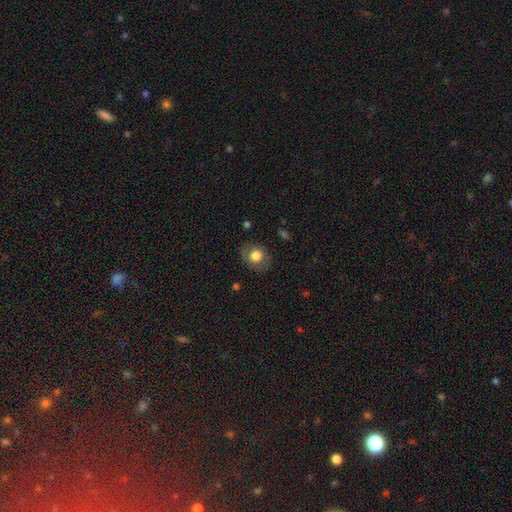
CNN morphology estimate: smooth-or-featured: smooth: 72% | featured or disk: 19% | star or artifact: 8%
  how-rounded: round: 60% | in between: 39% | cigar-shaped: 1%
  merging: none: 79% | minor disturbance: 15% | major disturbance: 5% | merger: 1%